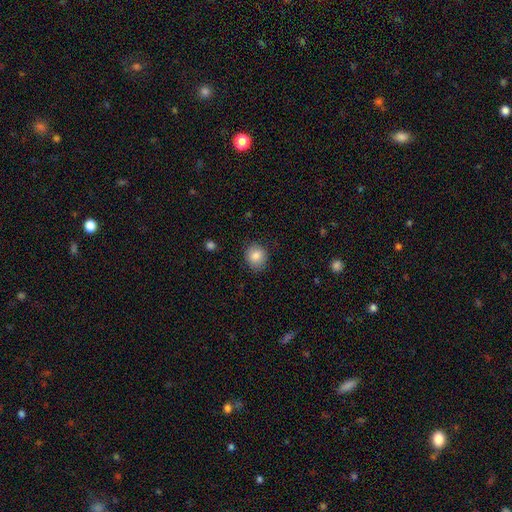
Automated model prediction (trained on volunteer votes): A smooth galaxy with no disk features (85%) that is round (75%). Merging: none (84%).